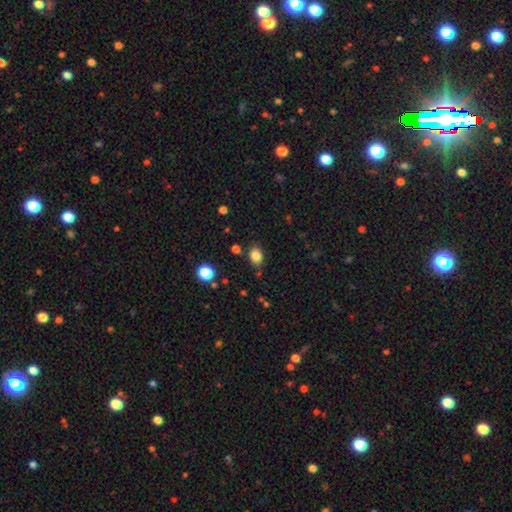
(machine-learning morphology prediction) The model was most divided on "how rounded": in between: 73%, round: 26%, cigar-shaped: 1%. More confident: smooth or featured — smooth (83%); merging — none (80%).